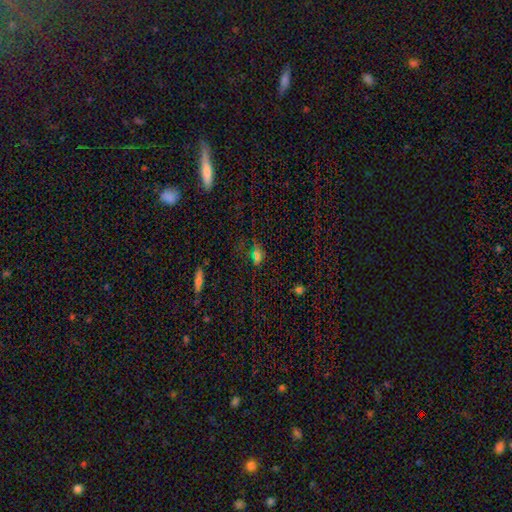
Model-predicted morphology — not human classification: Smooth or featured: smooth — 47% (star or artifact — 42%)
Merging: none — 67% (minor disturbance — 17%)